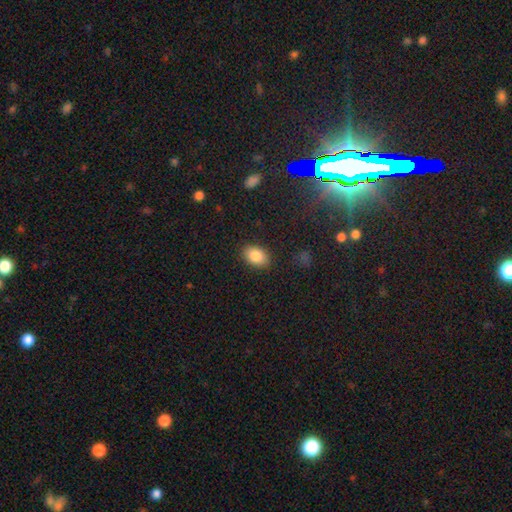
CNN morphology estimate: Smooth or featured?
  - smooth: 86% *
  - star or artifact: 8%
  - featured or disk: 6%
How rounded?
  - in between: 85% *
  - round: 14%
  - cigar-shaped: 1%
Merging?
  - none: 87% *
  - minor disturbance: 9%
  - major disturbance: 3%
  - merger: 1%